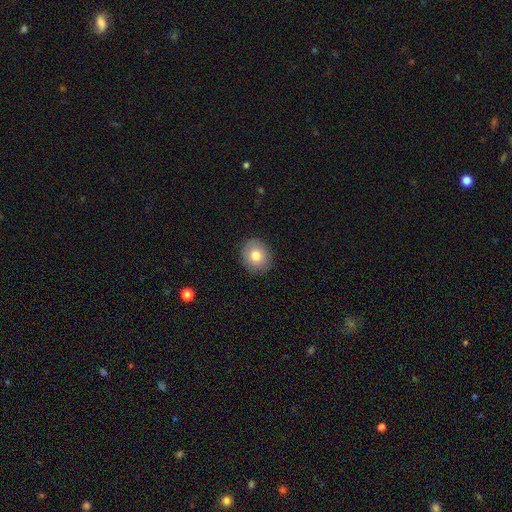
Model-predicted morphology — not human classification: Smooth or featured? smooth (78%)
How rounded? round (79%)
Merging? none (90%)